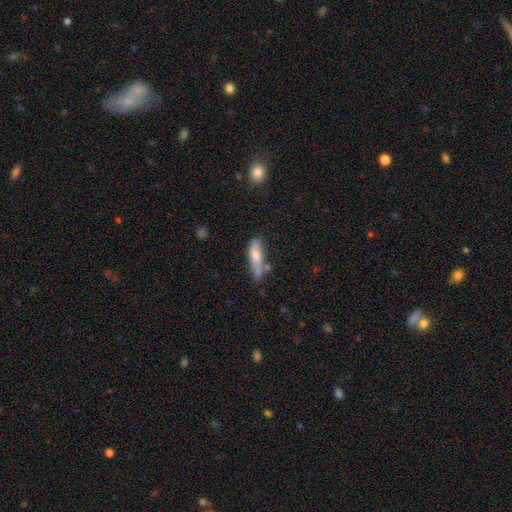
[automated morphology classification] Smooth or featured? Predicted: smooth (p=0.63). How rounded? Predicted: cigar-shaped (p=0.63). Merging? Predicted: none (p=0.52).